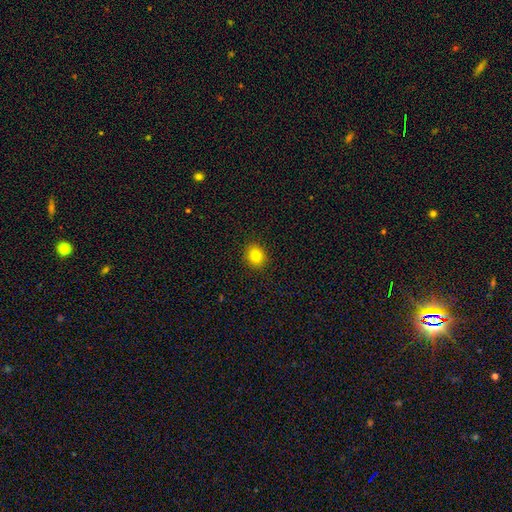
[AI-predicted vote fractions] A smooth galaxy with no disk features (81%) that is round (68%).

Vote fractions:
- Smooth or featured? smooth: 81% / star or artifact: 12% / featured or disk: 7%
- How rounded? round: 68% / in between: 31% / cigar-shaped: 1%
- Merging? none: 91% / minor disturbance: 6% / major disturbance: 2% / merger: 1%